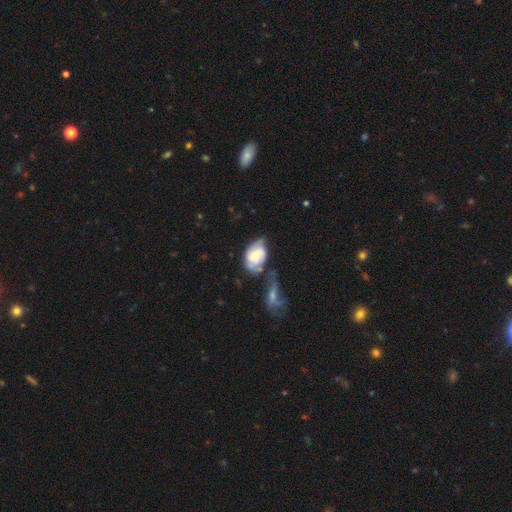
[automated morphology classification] Smooth or featured? smooth (50%)
How rounded? in between (81%)
Merging? merger (28%)